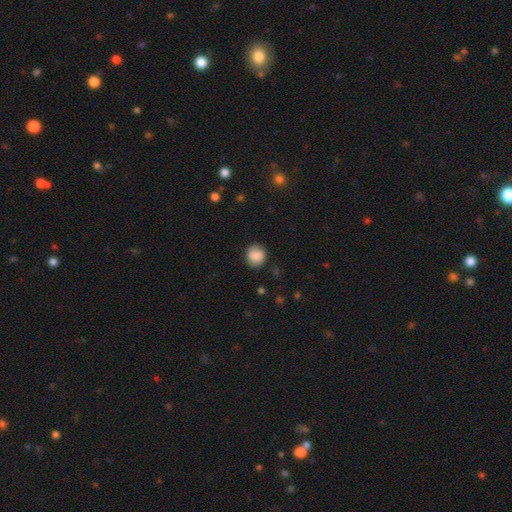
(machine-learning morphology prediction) Smooth or featured: smooth — 82% (featured or disk — 9%)
How rounded: round — 87% (in between — 12%)
Merging: none — 83% (minor disturbance — 12%)